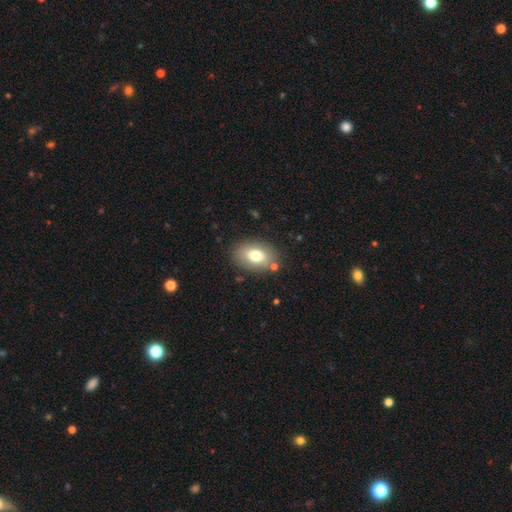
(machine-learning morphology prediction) A smooth galaxy with no disk features (75%) that is in between round and cigar-shaped (81%). Merging: none (82%).